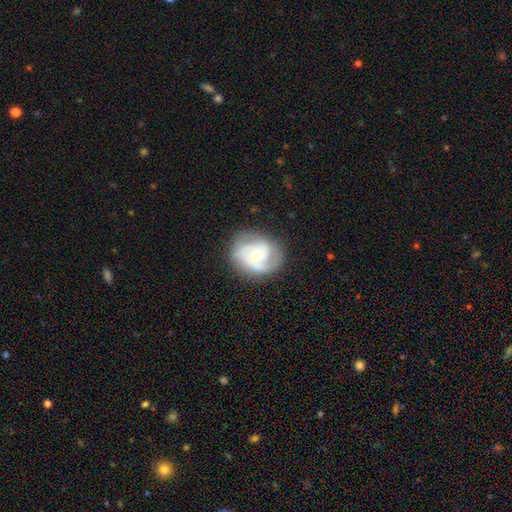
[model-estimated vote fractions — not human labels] Smooth or featured?
  - featured or disk: 71% *
  - smooth: 22%
  - star or artifact: 6%
Edge-on disk?
  - no: 98% *
  - yes: 2%
Bar?
  - no: 70% *
  - weak: 25%
  - strong: 5%
Spiral arms?
  - yes: 89% *
  - no: 11%
Spiral winding?
  - tight: 44% *
  - medium: 41%
  - loose: 15%
Spiral arm count?
  - 2: 46% *
  - can't tell: 21%
  - 3: 16%
  - 1: 12%
  - 4: 3%
  - more than 4: 3%
Bulge size?
  - small: 49% *
  - moderate: 43%
  - large: 5%
  - none: 2%
  - dominant: 1%
Merging?
  - none: 69% *
  - minor disturbance: 19%
  - major disturbance: 10%
  - merger: 2%